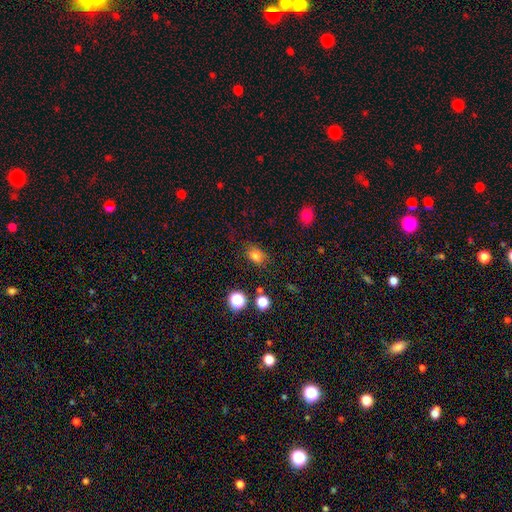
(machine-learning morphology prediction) This appears to be a smooth galaxy with no disk features (78%) that is in between round and cigar-shaped (66%). Merging: none (75%).